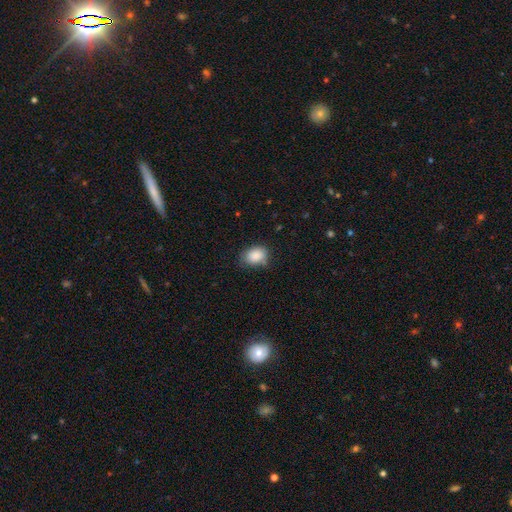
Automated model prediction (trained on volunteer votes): Smooth or featured? Predicted: smooth (p=0.88). How rounded? Predicted: in between (p=0.73). Merging? Predicted: none (p=0.70).